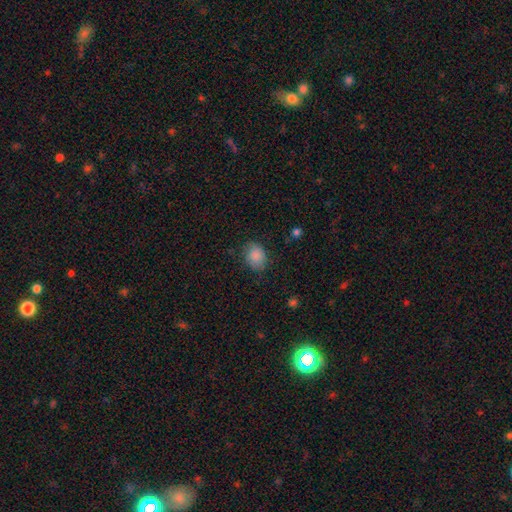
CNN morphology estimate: This is clearly a smooth galaxy (86%). How rounded: possibly in between (52%). Merging: likely none (77%).